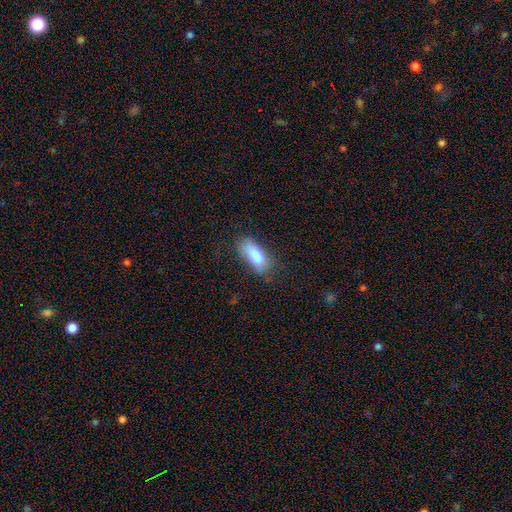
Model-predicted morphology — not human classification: smooth_or_featured: smooth (p=0.82) [alt: featured or disk p=0.11]
how_rounded: in between (p=0.79) [alt: cigar-shaped p=0.18]
merging: none (p=0.60) [alt: minor disturbance p=0.27]